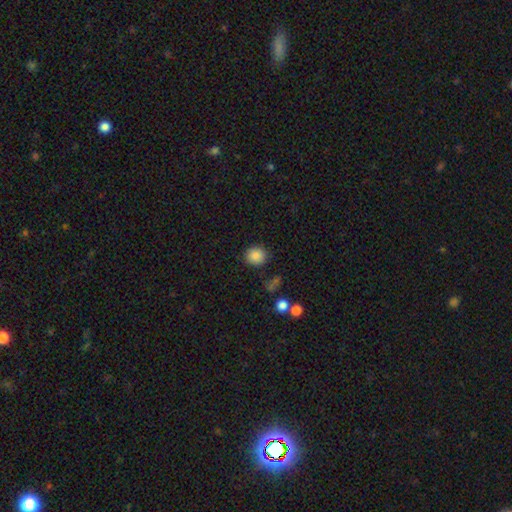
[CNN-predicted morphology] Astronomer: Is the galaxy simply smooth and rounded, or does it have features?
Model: smooth — 84%.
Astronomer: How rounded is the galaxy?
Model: round — 85%.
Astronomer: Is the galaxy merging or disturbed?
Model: none — 85%.